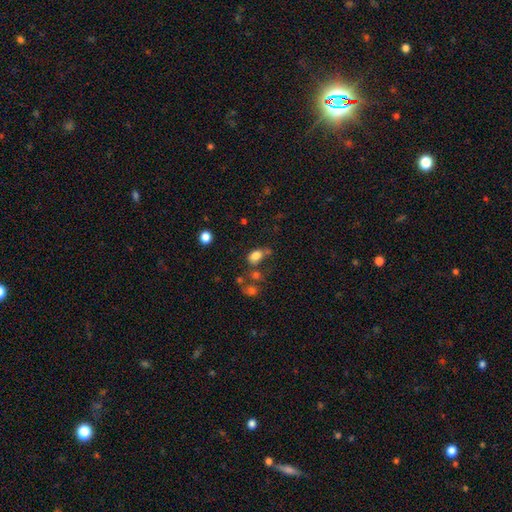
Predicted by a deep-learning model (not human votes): Smooth or featured? Predicted: smooth (p=0.79). How rounded? Predicted: in between (p=0.76). Merging? Predicted: none (p=0.51).